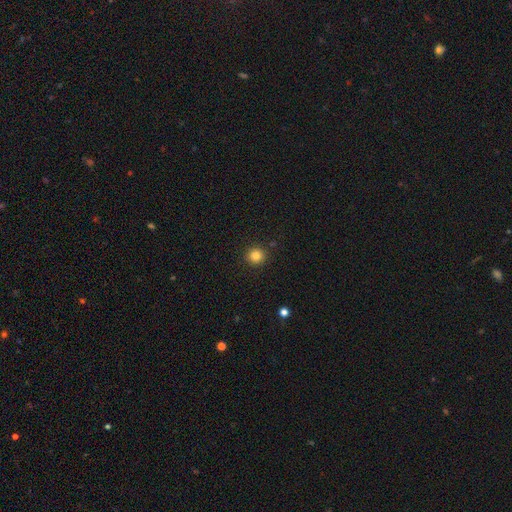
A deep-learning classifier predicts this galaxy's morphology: Smooth or featured?
  - smooth: 82% *
  - star or artifact: 12%
  - featured or disk: 6%
How rounded?
  - round: 94% *
  - in between: 5%
  - cigar-shaped: 1%
Merging?
  - none: 92% *
  - minor disturbance: 5%
  - major disturbance: 2%
  - merger: 1%